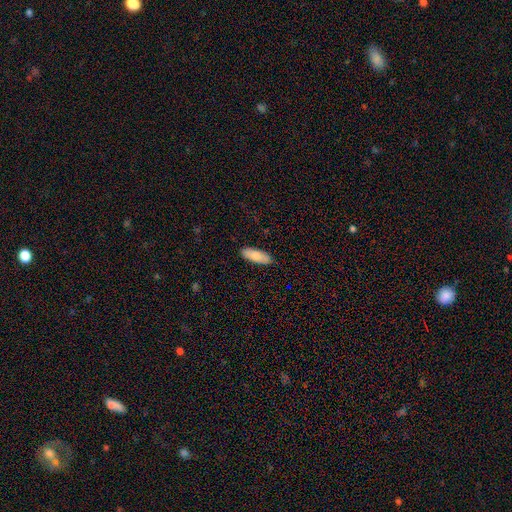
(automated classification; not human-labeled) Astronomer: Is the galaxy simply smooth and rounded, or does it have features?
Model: smooth — 82%.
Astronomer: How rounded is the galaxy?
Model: in between — 73%.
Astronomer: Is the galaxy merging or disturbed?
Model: none — 89%.